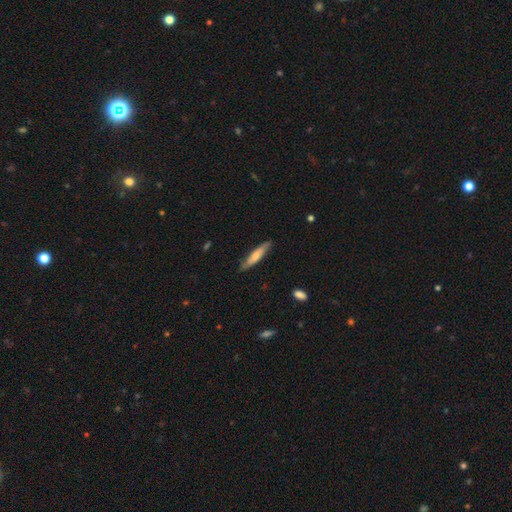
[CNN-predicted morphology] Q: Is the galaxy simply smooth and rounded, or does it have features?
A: smooth — 61%.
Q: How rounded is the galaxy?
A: cigar-shaped — 86%.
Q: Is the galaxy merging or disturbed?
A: none — 81%.